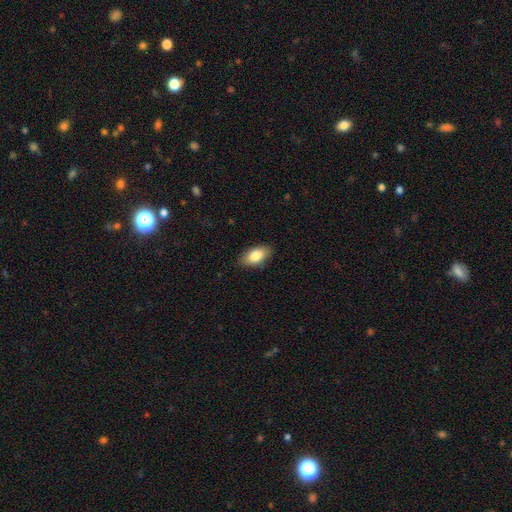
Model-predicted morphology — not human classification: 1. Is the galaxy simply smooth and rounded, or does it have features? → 84% smooth, 9% featured or disk, 7% star or artifact.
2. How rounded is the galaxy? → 92% in between, 4% round, 4% cigar-shaped.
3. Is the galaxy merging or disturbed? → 87% none, 10% minor disturbance, 2% major disturbance, 1% merger.